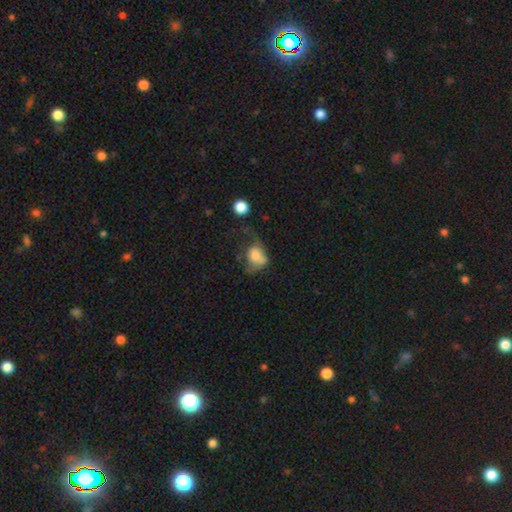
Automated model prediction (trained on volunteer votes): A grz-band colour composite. It shows a smooth galaxy with no disk features (65%) that is in between round and cigar-shaped (67%). Merging: major disturbance (54%).